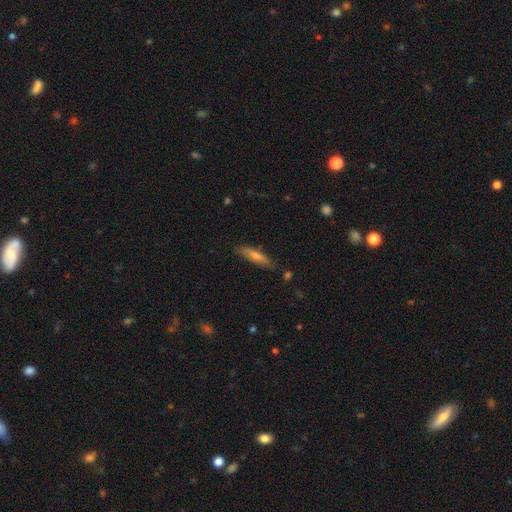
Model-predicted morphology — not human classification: A smooth galaxy with no disk features (62%) that is cigar-shaped (85%).

Vote fractions:
- Smooth or featured? smooth: 62% / featured or disk: 30% / star or artifact: 8%
- How rounded? cigar-shaped: 85% / in between: 13% / round: 2%
- Merging? none: 85% / minor disturbance: 11% / major disturbance: 2% / merger: 2%